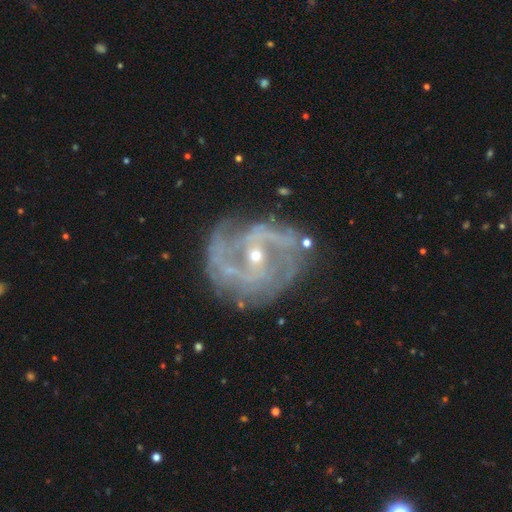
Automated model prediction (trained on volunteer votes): Q: Smooth or featured?
A: featured or disk (88%); runner-up: star or artifact (6%)
Q: Edge-on disk?
A: no (97%); runner-up: yes (3%)
Q: Bar?
A: weak (41%); runner-up: no (31%)
Q: Spiral arms?
A: yes (94%); runner-up: no (6%)
Q: Spiral winding?
A: medium (47%); runner-up: tight (36%)
Q: Spiral arm count?
A: 2 (62%); runner-up: can't tell (14%)
Q: Bulge size?
A: small (65%); runner-up: moderate (32%)
Q: Merging?
A: none (71%); runner-up: minor disturbance (18%)